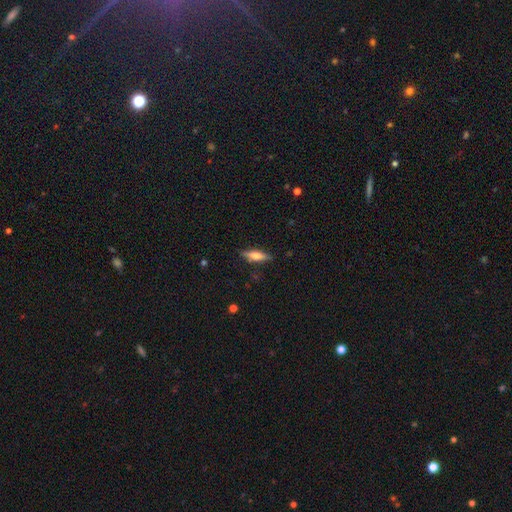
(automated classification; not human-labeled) Morphology: type=smooth (48%); merging=none (86%).